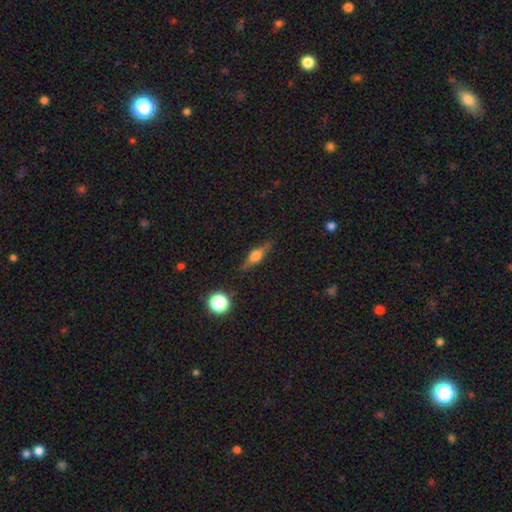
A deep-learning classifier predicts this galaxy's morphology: Smooth or featured? featured or disk (64%)
Edge-on disk? yes (95%)
Edge-on bulge? rounded (90%)
Merging? none (85%)